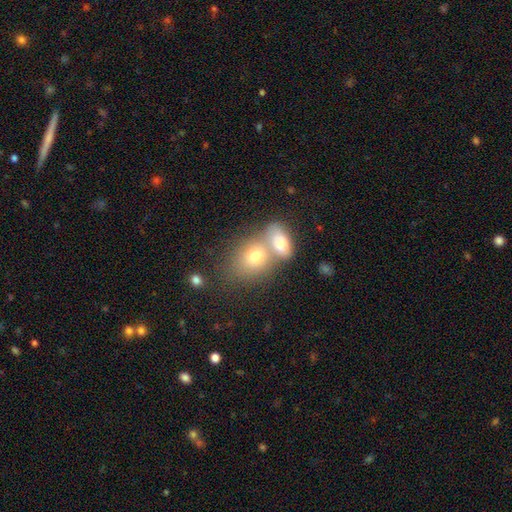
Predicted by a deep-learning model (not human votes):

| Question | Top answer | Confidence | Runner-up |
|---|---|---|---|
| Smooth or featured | smooth | 66% | featured or disk (20%) |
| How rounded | in between | 55% | round (43%) |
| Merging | merger | 62% | none (28%) |